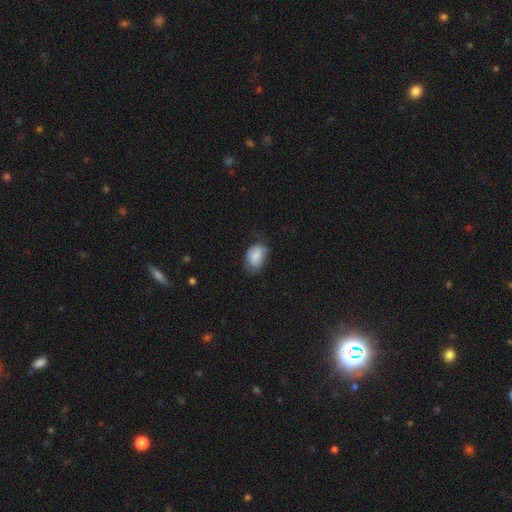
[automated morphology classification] smooth 76%, featured or disk 16%, star or artifact 8%. Down the decision tree: how rounded — in between (80%); merging — none (56%).